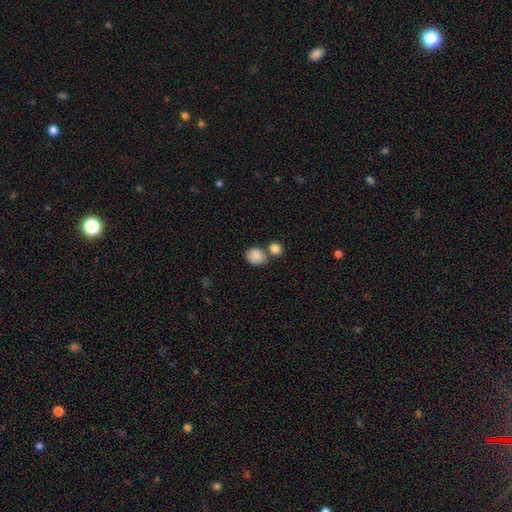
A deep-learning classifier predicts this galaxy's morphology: type=smooth (86%); roundness=round (57%); merging=none (53%).